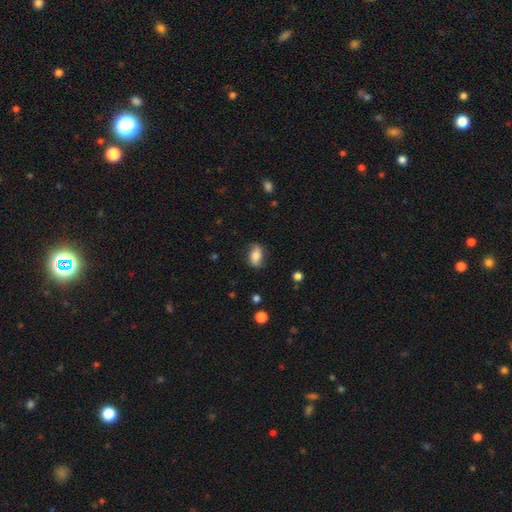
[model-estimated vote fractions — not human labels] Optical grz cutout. It shows a smooth galaxy with no disk features (71%) that is in between round and cigar-shaped (86%). Merging: none (77%).